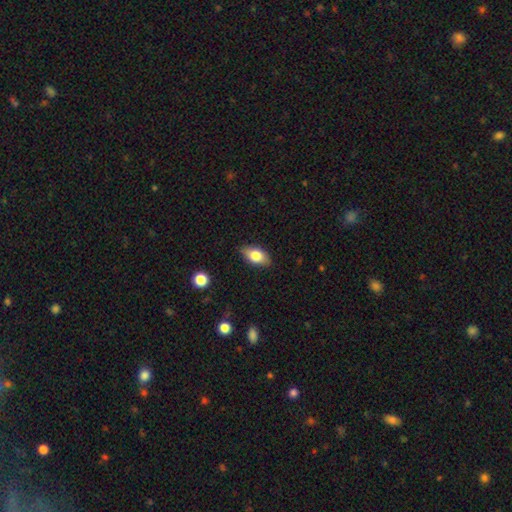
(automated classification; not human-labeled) Smooth or featured? smooth (77%)
How rounded? in between (89%)
Merging? none (85%)